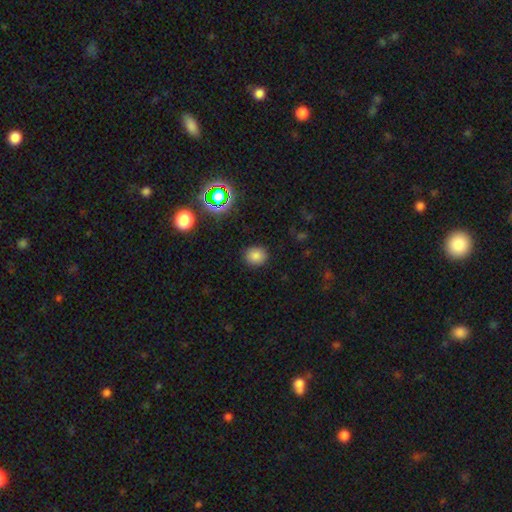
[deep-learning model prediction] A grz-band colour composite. It shows a smooth galaxy with no disk features (80%) that is round (77%). Merging: none (89%).